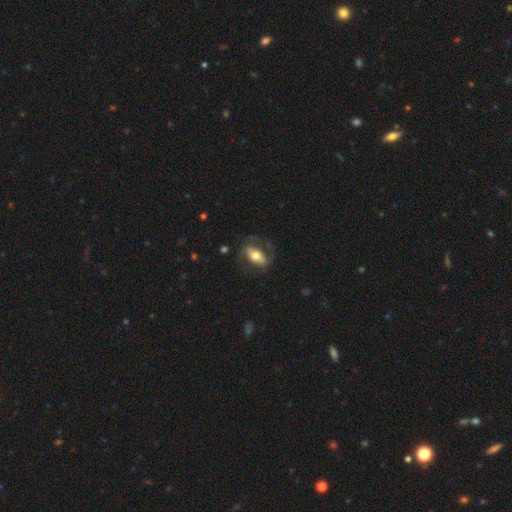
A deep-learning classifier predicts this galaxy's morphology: type=featured or disk (47%, tied with smooth); merging=none (66%).